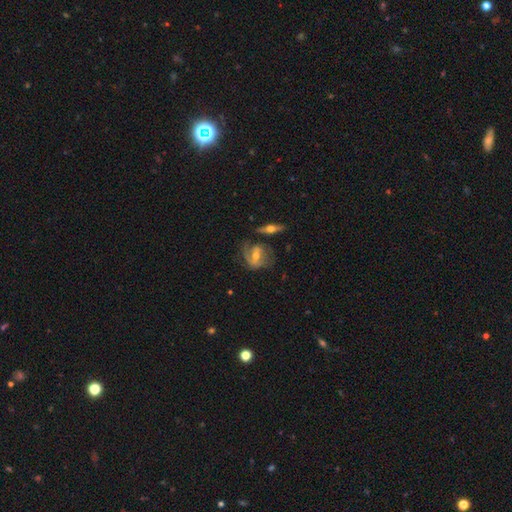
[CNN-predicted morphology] A featured or disk galaxy (72%) with a weak bar (40%), 2 (55%) medium (42%) spiral arms (82%) and a moderate central bulge (58%).

Vote fractions:
- Smooth or featured? featured or disk: 72% / smooth: 21% / star or artifact: 7%
- Edge-on disk? no: 91% / yes: 9%
- Bar? weak: 40% / strong: 35% / no: 26%
- Spiral arms? yes: 82% / no: 18%
- Spiral winding? medium: 42% / tight: 36% / loose: 22%
- Spiral arm count? 2: 55% / 1: 21% / can't tell: 16% / 3: 5% / 4: 1% / more than 4: 1%
- Bulge size? moderate: 58% / small: 34% / large: 5% / none: 3% / dominant: 1%
- Merging? none: 54% / minor disturbance: 22% / major disturbance: 16% / merger: 7%